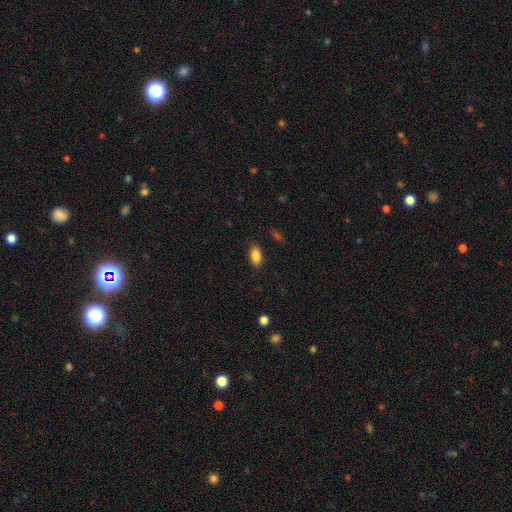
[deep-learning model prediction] Smooth or featured? Predicted: smooth (p=0.87). How rounded? Predicted: in between (p=0.92). Merging? Predicted: none (p=0.86).